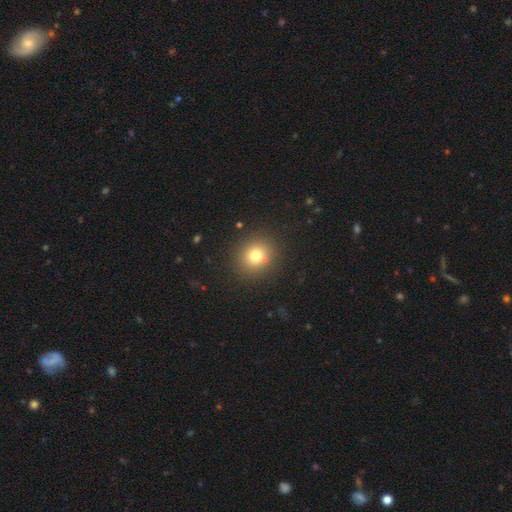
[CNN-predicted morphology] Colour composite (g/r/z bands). It shows a smooth galaxy with no disk features (76%) that is round (86%). Merging: none (88%).